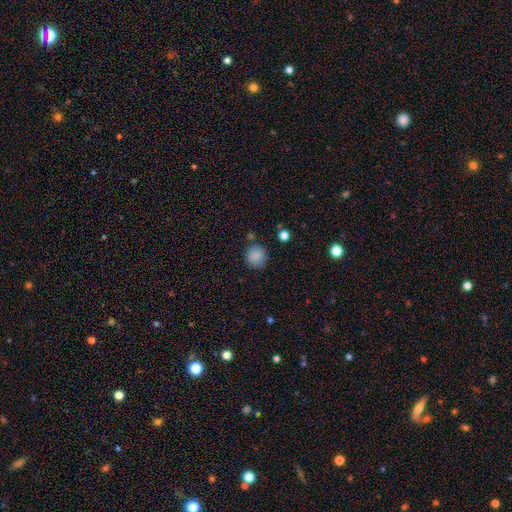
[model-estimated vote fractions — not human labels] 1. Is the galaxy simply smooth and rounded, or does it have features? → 86% smooth, 10% star or artifact, 4% featured or disk.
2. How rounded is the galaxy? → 90% round, 9% in between, 1% cigar-shaped.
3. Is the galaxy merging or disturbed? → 80% none, 12% minor disturbance, 5% merger, 4% major disturbance.